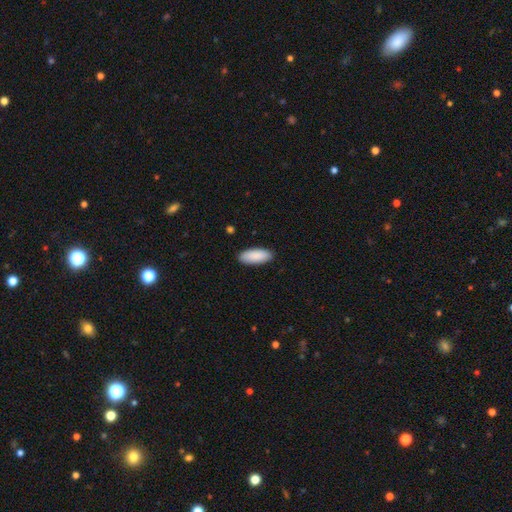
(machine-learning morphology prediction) smooth 91%, star or artifact 5%, featured or disk 4%. Down the decision tree: how rounded — in between (82%); merging — none (89%).